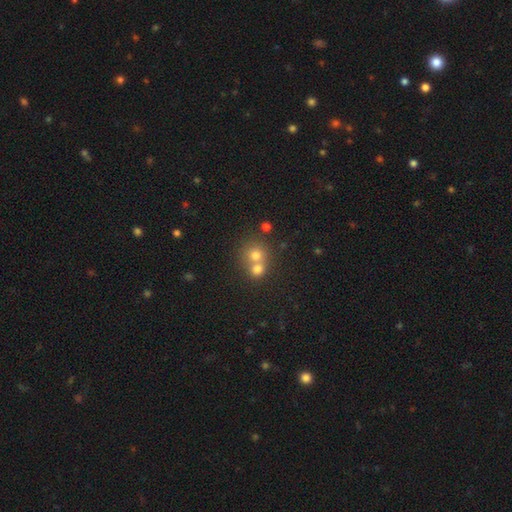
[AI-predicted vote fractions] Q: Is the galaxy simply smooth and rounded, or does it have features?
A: smooth — 63%.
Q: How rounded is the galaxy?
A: round — 85%.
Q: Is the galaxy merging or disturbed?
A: merger — 51%.